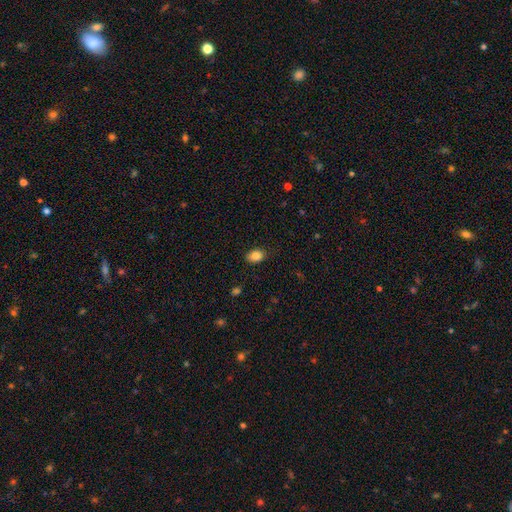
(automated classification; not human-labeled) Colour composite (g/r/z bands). It shows a smooth galaxy with no disk features (86%) that is in between round and cigar-shaped (77%). Merging: none (84%).